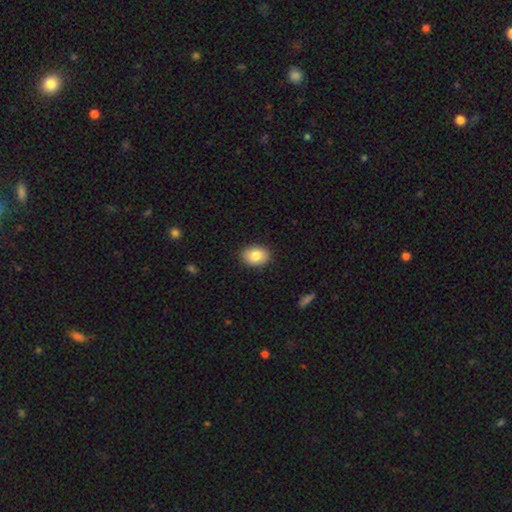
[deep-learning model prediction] smooth_or_featured: smooth (p=0.84) [alt: featured or disk p=0.09]
how_rounded: in between (p=0.77) [alt: round p=0.22]
merging: none (p=0.89) [alt: minor disturbance p=0.09]